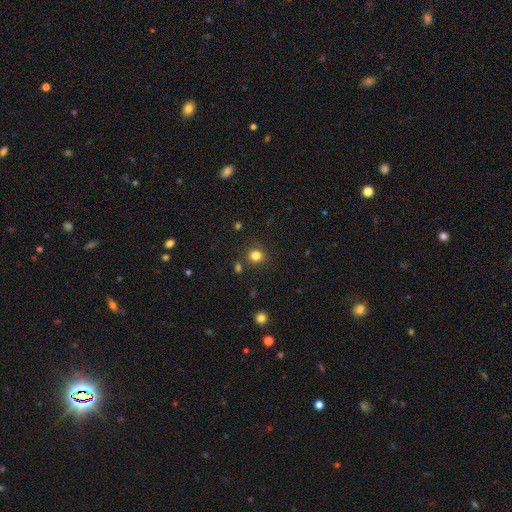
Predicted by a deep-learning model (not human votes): Smooth or featured? smooth (82%)
How rounded? round (86%)
Merging? none (84%)